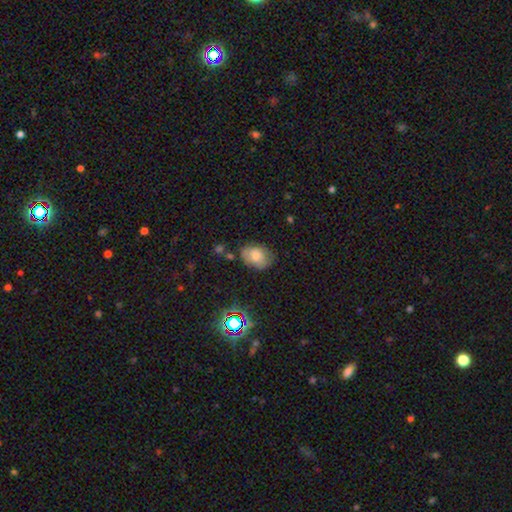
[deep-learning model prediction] Smooth or featured: smooth — 72% (featured or disk — 17%)
How rounded: in between — 75% (round — 24%)
Merging: none — 67% (minor disturbance — 24%)